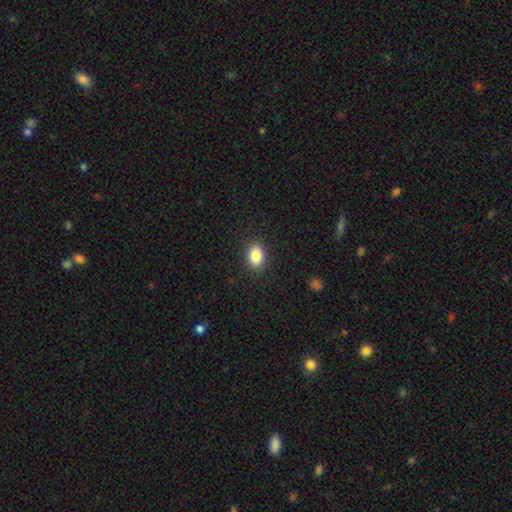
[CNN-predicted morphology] Smooth or featured?
  - smooth: 86% *
  - star or artifact: 9%
  - featured or disk: 6%
How rounded?
  - in between: 76% *
  - round: 23%
  - cigar-shaped: 1%
Merging?
  - none: 88% *
  - minor disturbance: 8%
  - major disturbance: 2%
  - merger: 1%